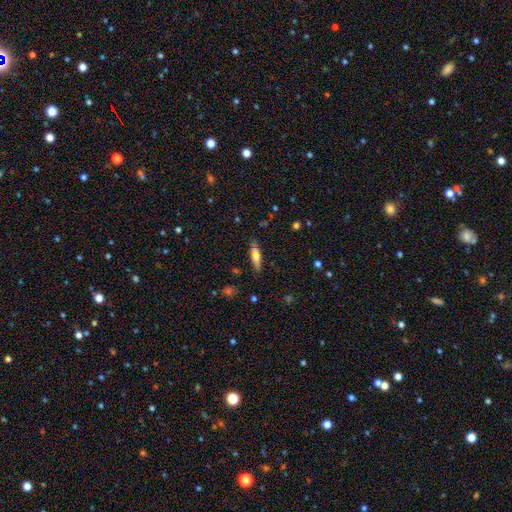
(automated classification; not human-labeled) The model was most divided on "smooth or featured": smooth: 61%, featured or disk: 32%, star or artifact: 7%. More confident: merging — none (84%); how rounded — cigar-shaped (73%).